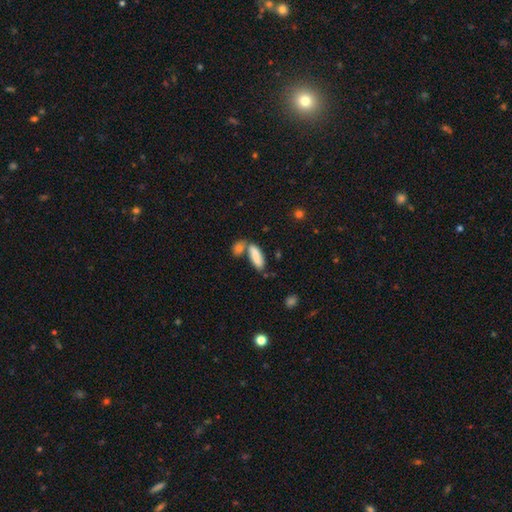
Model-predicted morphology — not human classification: This is clearly a smooth galaxy (81%). How rounded: possibly in between (57%). Merging: possibly none (49%).